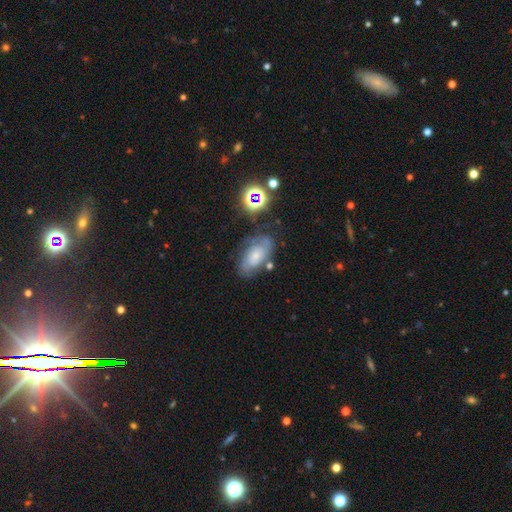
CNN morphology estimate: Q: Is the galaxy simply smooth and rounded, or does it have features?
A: featured or disk — 66%.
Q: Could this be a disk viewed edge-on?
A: no — 95%.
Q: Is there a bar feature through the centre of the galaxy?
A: no — 68%.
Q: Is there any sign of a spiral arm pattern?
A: yes — 88%.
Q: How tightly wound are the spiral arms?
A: tight — 51%.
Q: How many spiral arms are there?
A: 2 — 55%.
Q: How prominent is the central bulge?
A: small — 50%.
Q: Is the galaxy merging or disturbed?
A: none — 64%.